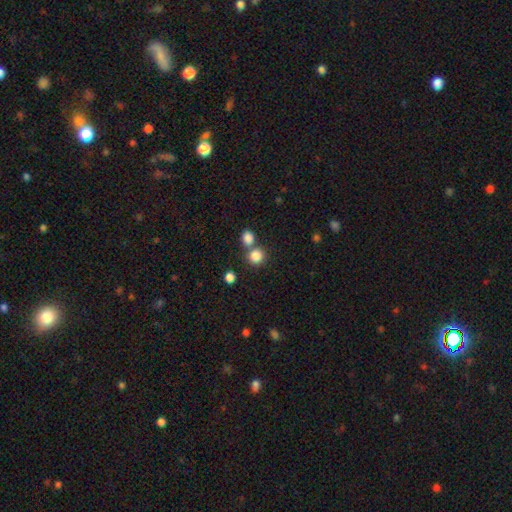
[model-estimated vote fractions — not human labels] Smooth or featured? smooth (84%)
How rounded? round (86%)
Merging? none (60%)